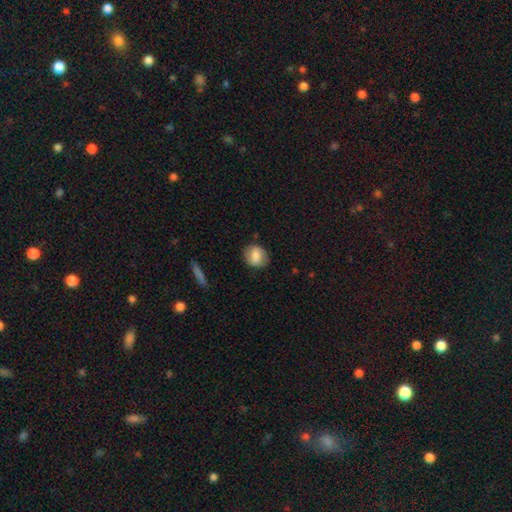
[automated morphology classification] smooth-or-featured: smooth: 73% | featured or disk: 19% | star or artifact: 8%
  how-rounded: round: 55% | in between: 44% | cigar-shaped: 2%
  merging: none: 79% | minor disturbance: 15% | major disturbance: 4% | merger: 1%